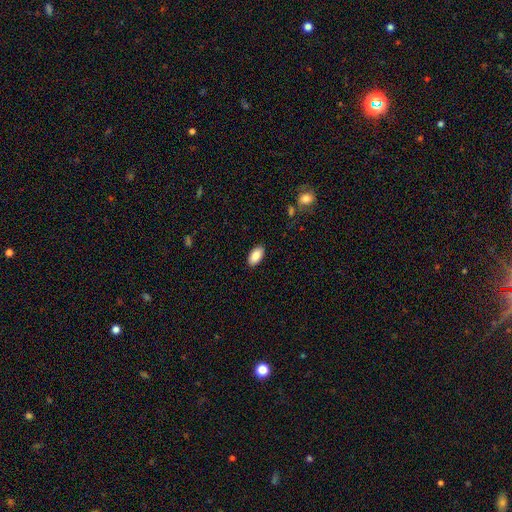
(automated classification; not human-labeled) Smooth or featured?
  - smooth: 87% *
  - star or artifact: 7%
  - featured or disk: 6%
How rounded?
  - in between: 94% *
  - cigar-shaped: 3%
  - round: 3%
Merging?
  - none: 89% *
  - minor disturbance: 8%
  - major disturbance: 2%
  - merger: 1%